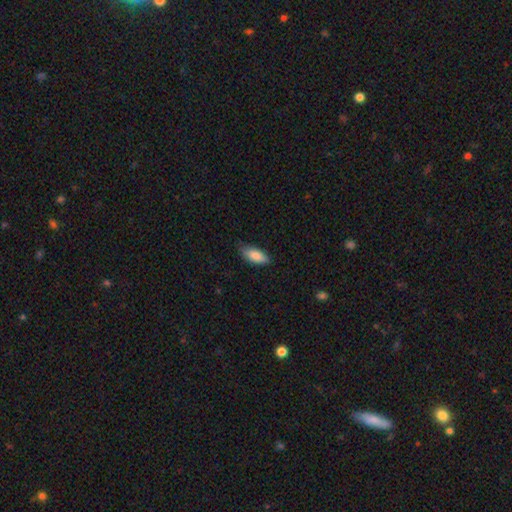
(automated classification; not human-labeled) Morphology: type=smooth (85%); roundness=in between (78%); merging=none (73%).